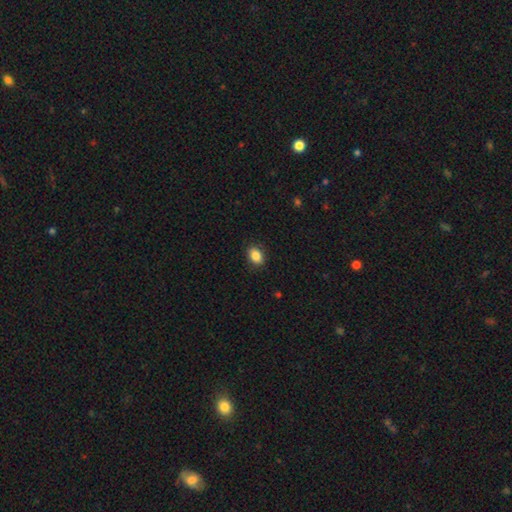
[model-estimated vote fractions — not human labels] smooth_or_featured: smooth (p=0.87) [alt: star or artifact p=0.09]
how_rounded: in between (p=0.73) [alt: round p=0.26]
merging: none (p=0.87) [alt: minor disturbance p=0.09]